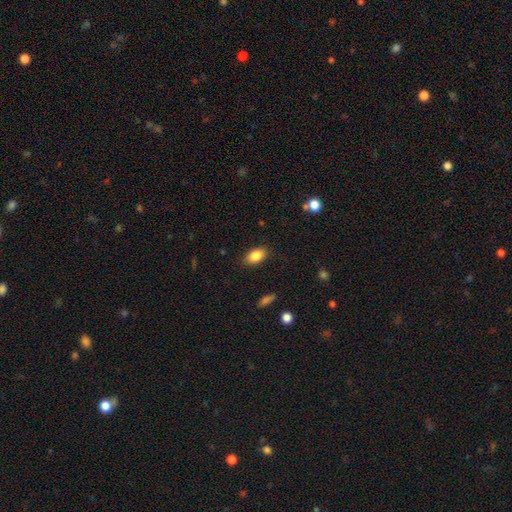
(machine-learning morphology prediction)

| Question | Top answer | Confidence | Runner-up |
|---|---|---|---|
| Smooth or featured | smooth | 85% | star or artifact (8%) |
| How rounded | in between | 90% | round (8%) |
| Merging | none | 86% | minor disturbance (11%) |